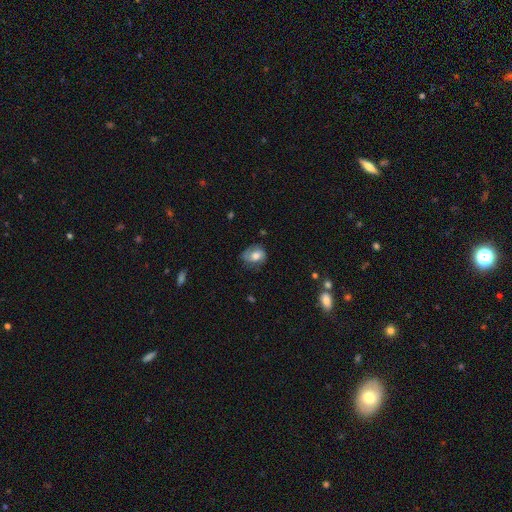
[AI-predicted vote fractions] smooth 66%, featured or disk 25%, star or artifact 9%. Down the decision tree: how rounded — in between (58%); merging — none (57%).